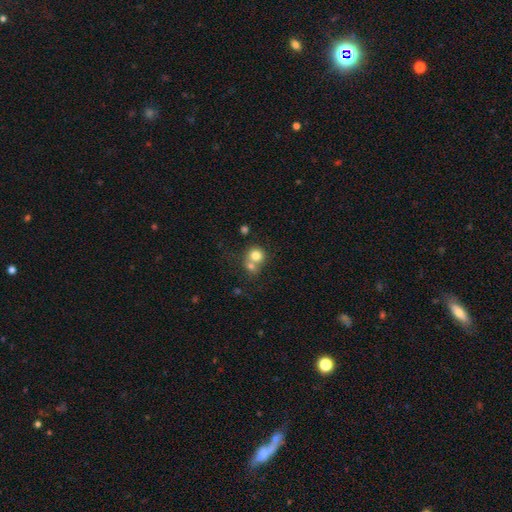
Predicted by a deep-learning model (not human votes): Smooth or featured: smooth — 77% (featured or disk — 13%)
How rounded: round — 83% (in between — 16%)
Merging: merger — 52% (none — 37%)